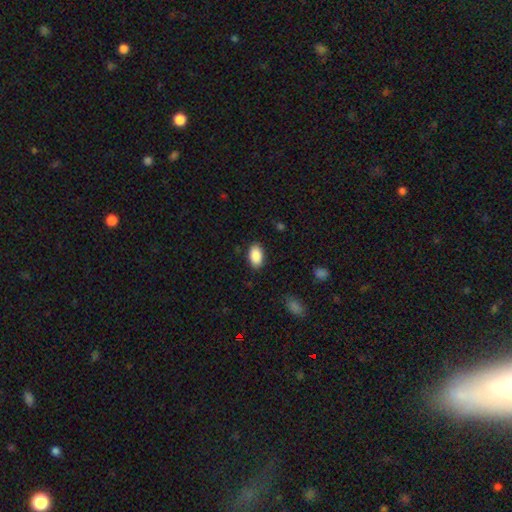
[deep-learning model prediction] Smooth or featured: smooth — 90% (star or artifact — 7%)
How rounded: in between — 94% (round — 4%)
Merging: none — 87% (minor disturbance — 9%)